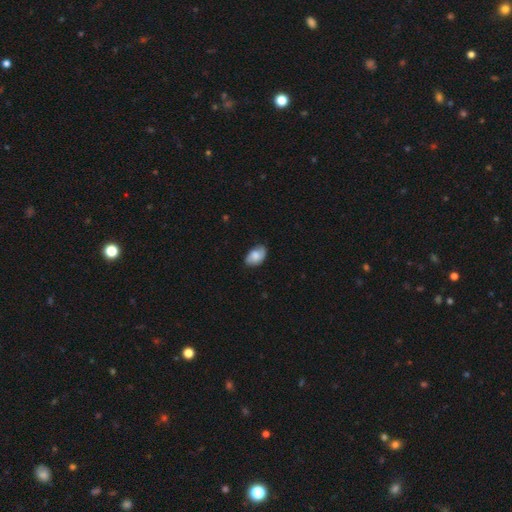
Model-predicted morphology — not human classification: This is likely a smooth galaxy (71%). How rounded: clearly in between (89%). Merging: likely none (76%).